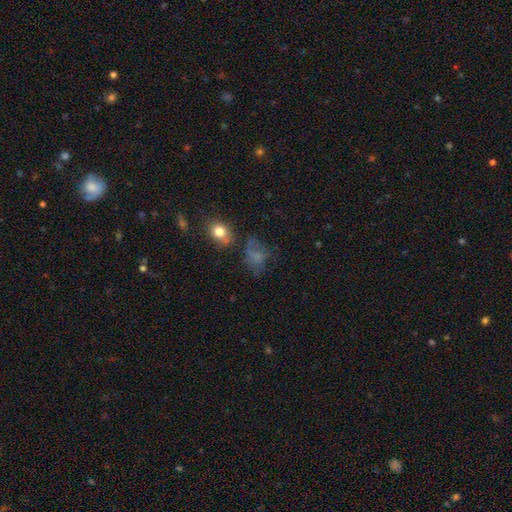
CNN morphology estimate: Q: Smooth or featured?
A: smooth (57%); runner-up: featured or disk (22%)
Q: How rounded?
A: in between (62%); runner-up: round (36%)
Q: Merging?
A: none (41%); runner-up: major disturbance (27%)